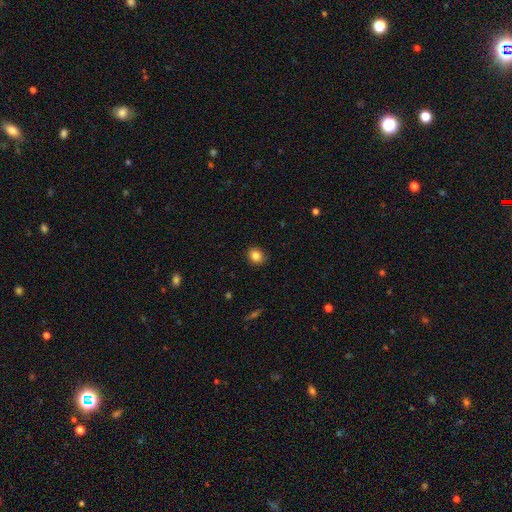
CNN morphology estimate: Smooth or featured? Predicted: smooth (p=0.84). How rounded? Predicted: round (p=0.75). Merging? Predicted: none (p=0.88).